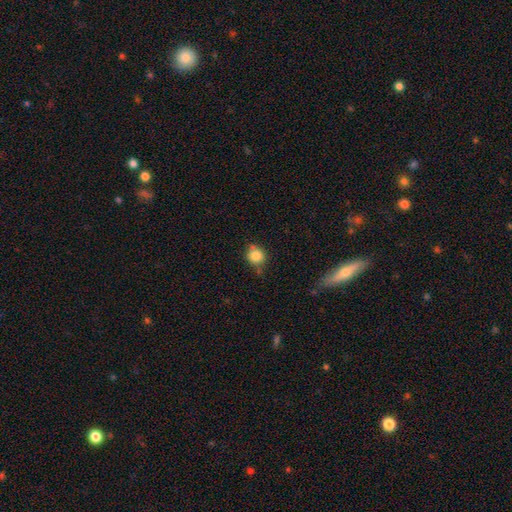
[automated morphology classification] smooth-or-featured: smooth: 83% | star or artifact: 10% | featured or disk: 7%
  how-rounded: round: 82% | in between: 17% | cigar-shaped: 1%
  merging: none: 65% | minor disturbance: 23% | merger: 7% | major disturbance: 5%